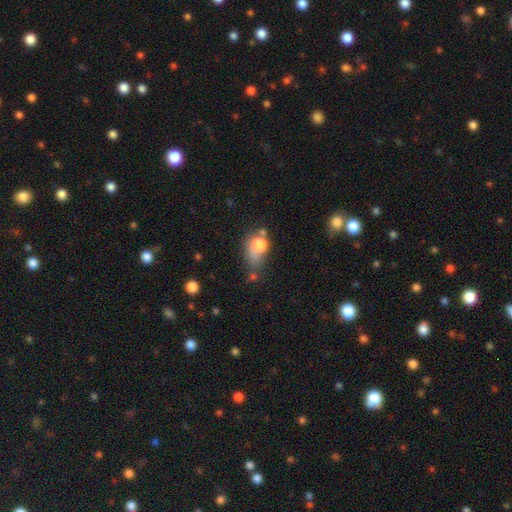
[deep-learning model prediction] Smooth or featured?
  - smooth: 72% *
  - featured or disk: 15%
  - star or artifact: 13%
How rounded?
  - in between: 55% *
  - round: 43%
  - cigar-shaped: 2%
Merging?
  - none: 32% *
  - minor disturbance: 27%
  - major disturbance: 22%
  - merger: 19%